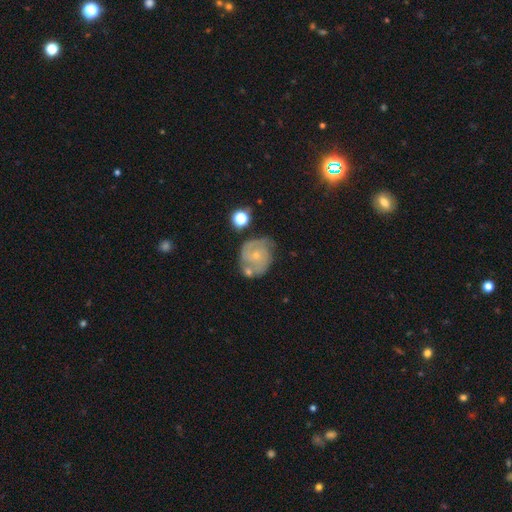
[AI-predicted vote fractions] Smooth or featured? featured or disk (70%)
Edge-on disk? no (98%)
Bar? no (74%)
Spiral arms? yes (87%)
Spiral winding? tight (46%)
Spiral arm count? 2 (55%)
Bulge size? small (76%)
Merging? none (53%)